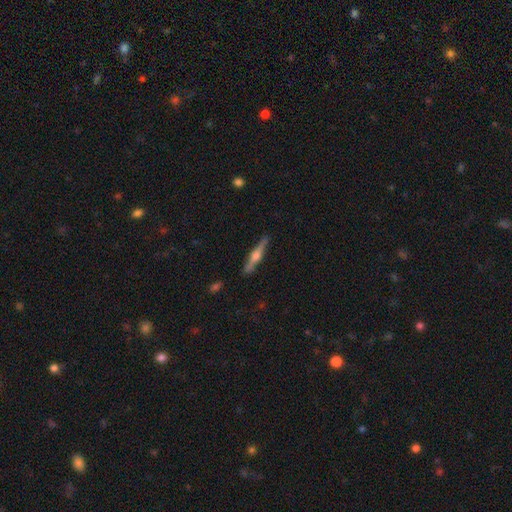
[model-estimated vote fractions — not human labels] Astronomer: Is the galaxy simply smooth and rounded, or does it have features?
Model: featured or disk — 71%.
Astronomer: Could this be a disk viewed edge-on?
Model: yes — 98%.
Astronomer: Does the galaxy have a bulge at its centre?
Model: rounded — 88%.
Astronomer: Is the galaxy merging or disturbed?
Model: none — 89%.